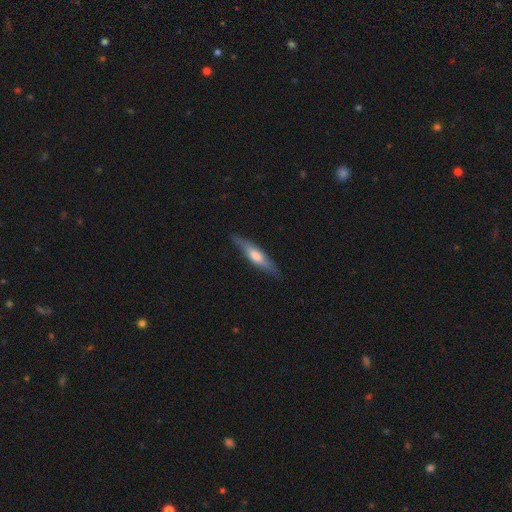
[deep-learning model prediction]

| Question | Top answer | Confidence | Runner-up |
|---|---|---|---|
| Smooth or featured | featured or disk | 49% | smooth (45%) |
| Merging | none | 84% | minor disturbance (13%) |